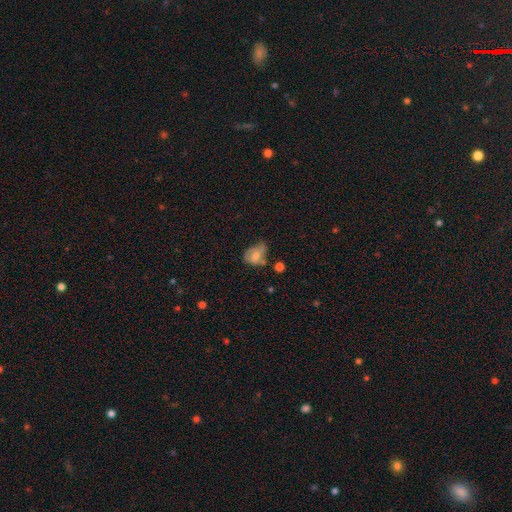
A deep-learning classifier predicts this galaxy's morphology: Smooth or featured? smooth (51%)
How rounded? in between (63%)
Merging? none (36%)